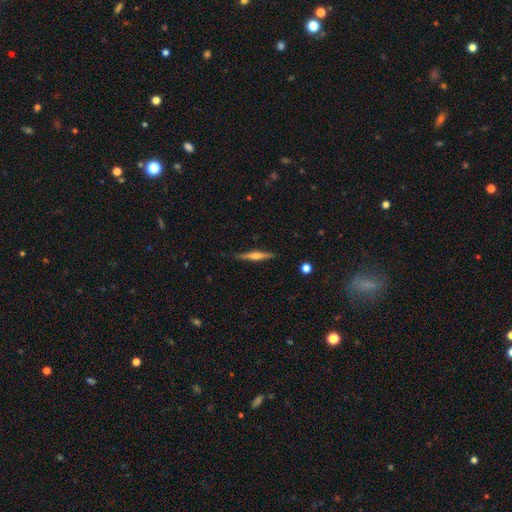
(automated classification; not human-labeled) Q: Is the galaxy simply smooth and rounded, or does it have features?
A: featured or disk — 69%.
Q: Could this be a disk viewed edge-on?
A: yes — 98%.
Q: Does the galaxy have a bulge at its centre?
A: rounded — 83%.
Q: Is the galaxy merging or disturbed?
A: none — 88%.